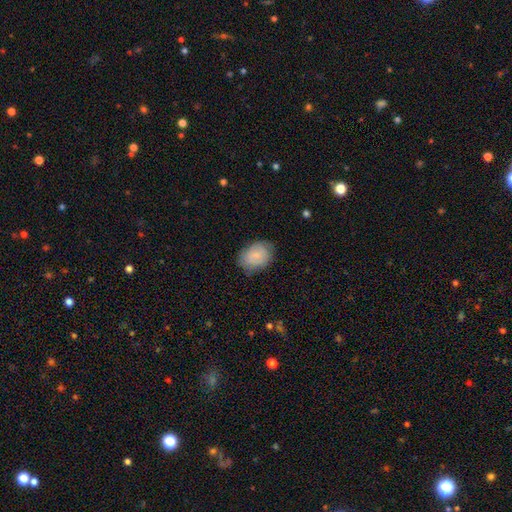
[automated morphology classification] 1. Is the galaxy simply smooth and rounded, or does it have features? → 79% smooth, 14% featured or disk, 7% star or artifact.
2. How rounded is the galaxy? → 71% in between, 28% round, 1% cigar-shaped.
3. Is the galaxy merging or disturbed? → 73% none, 21% minor disturbance, 5% major disturbance, 1% merger.